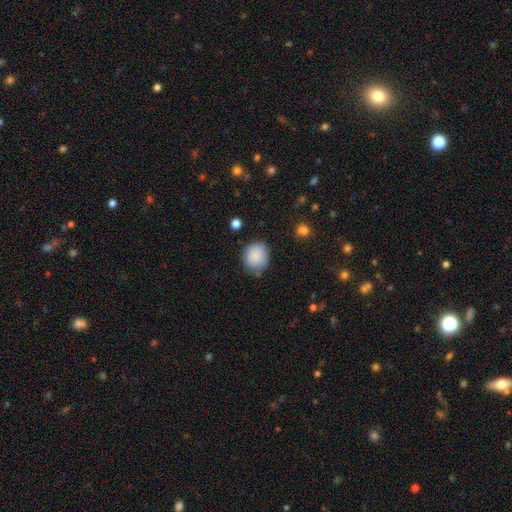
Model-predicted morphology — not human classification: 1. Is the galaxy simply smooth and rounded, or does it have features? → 88% smooth, 8% star or artifact, 4% featured or disk.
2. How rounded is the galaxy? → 77% round, 22% in between, 1% cigar-shaped.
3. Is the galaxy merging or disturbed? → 75% none, 18% minor disturbance, 4% major disturbance, 2% merger.